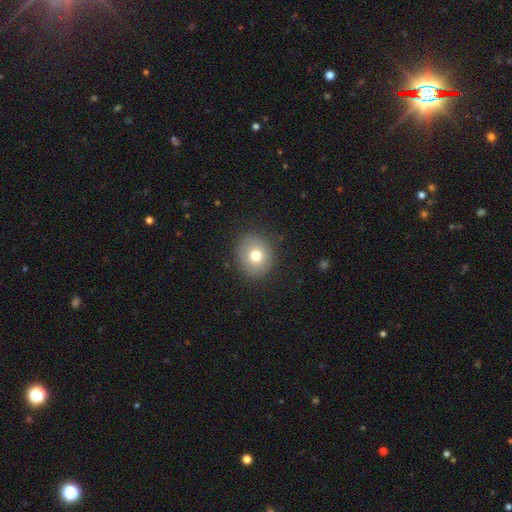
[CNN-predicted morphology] Overall: smooth (74%). How rounded: round (76%). Merging: none (88%).